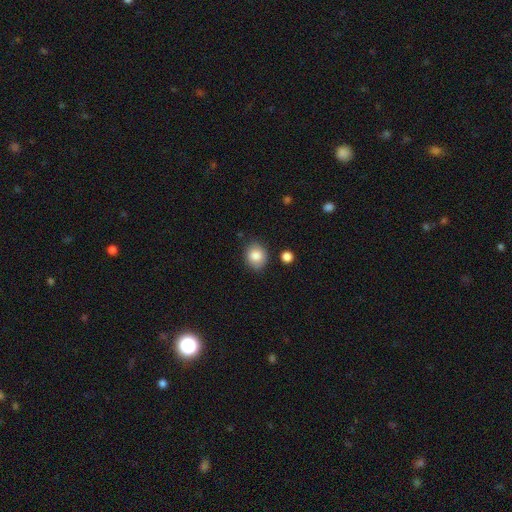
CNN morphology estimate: A smooth galaxy with no disk features (84%) that is round (62%). Merging: none (78%).